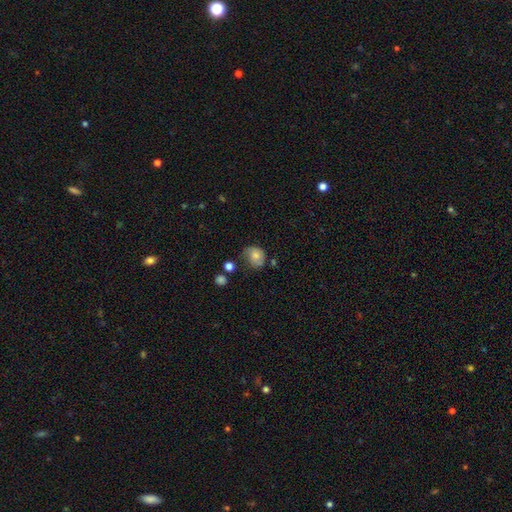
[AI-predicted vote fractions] Q: Smooth or featured?
A: smooth (73%); runner-up: featured or disk (17%)
Q: How rounded?
A: round (61%); runner-up: in between (38%)
Q: Merging?
A: none (57%); runner-up: minor disturbance (30%)